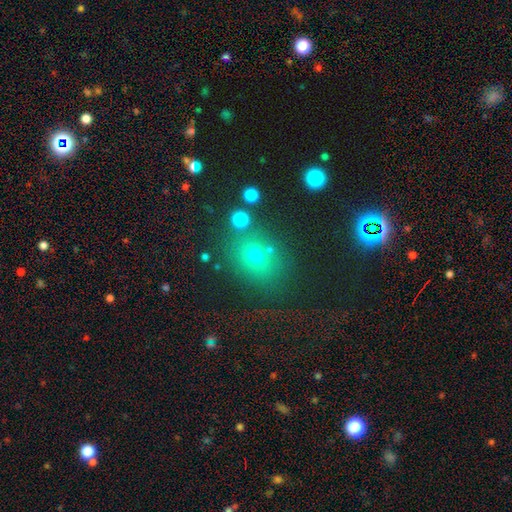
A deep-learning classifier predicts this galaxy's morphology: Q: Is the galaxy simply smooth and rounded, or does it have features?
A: smooth — 64%.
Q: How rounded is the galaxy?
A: round — 63%.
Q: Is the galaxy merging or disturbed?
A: none — 76%.